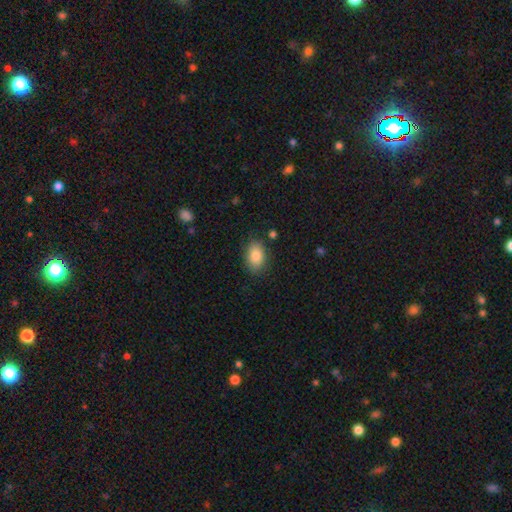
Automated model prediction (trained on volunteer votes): Smooth or featured: smooth — 85% (featured or disk — 7%)
How rounded: in between — 88% (round — 11%)
Merging: none — 82% (minor disturbance — 13%)